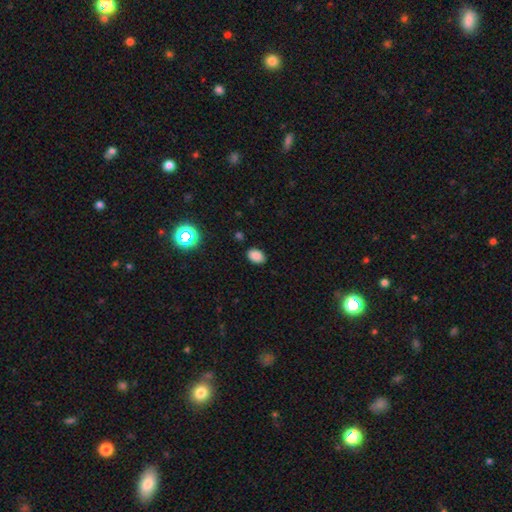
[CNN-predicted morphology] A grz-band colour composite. It shows a smooth galaxy with no disk features (84%) that is in between round and cigar-shaped (85%). Merging: none (86%).